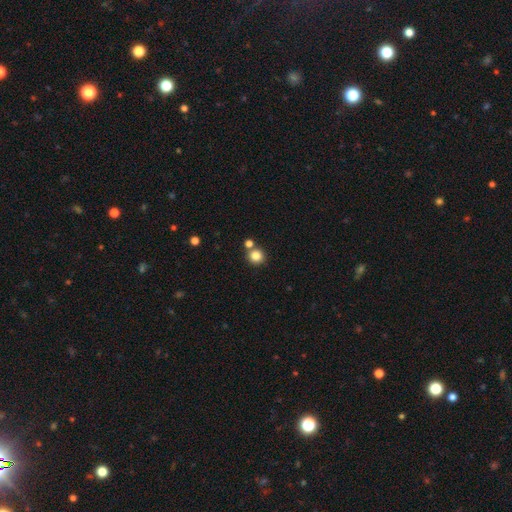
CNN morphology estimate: A smooth galaxy with no disk features (83%) that is round (92%). Merging: none (74%).